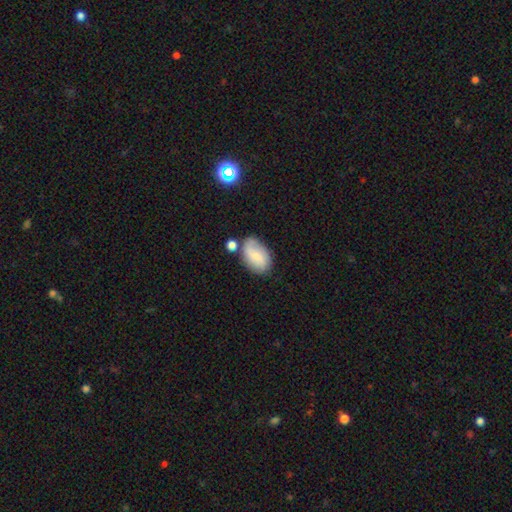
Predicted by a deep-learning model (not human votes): smooth 60%, featured or disk 32%, star or artifact 8%. Down the decision tree: how rounded — in between (87%); merging — none (57%).